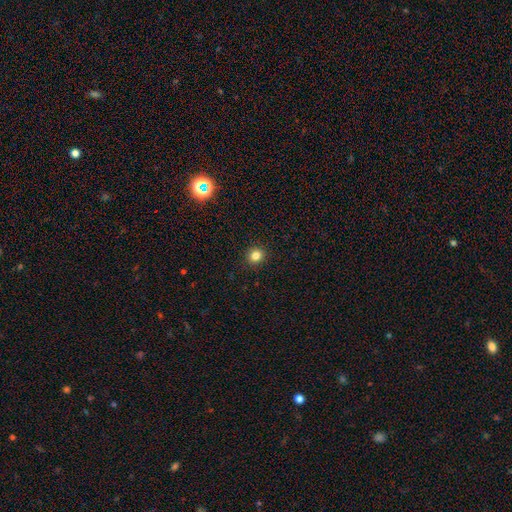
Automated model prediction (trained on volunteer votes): smooth 82%, star or artifact 13%, featured or disk 5%. Down the decision tree: how rounded — round (86%); merging — none (92%).